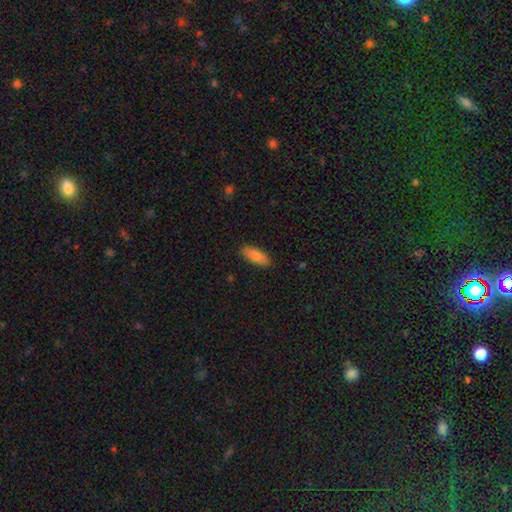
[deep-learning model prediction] A smooth galaxy with no disk features (81%) that is in between round and cigar-shaped (72%). Merging: none (88%).